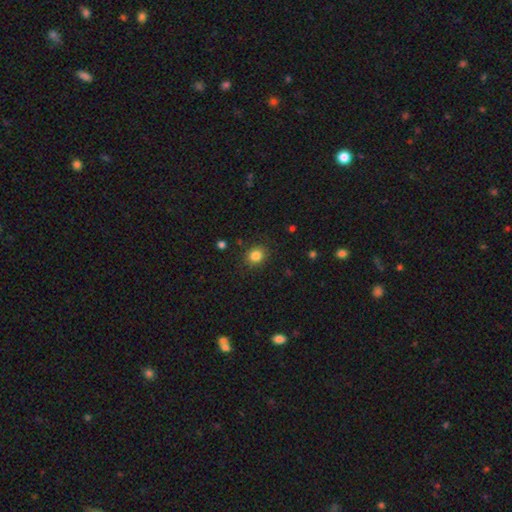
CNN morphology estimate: Smooth or featured? smooth (84%)
How rounded? round (77%)
Merging? none (89%)